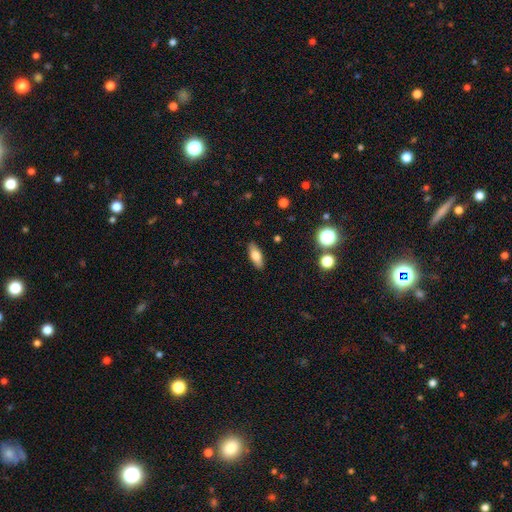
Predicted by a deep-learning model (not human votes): Q: Smooth or featured?
A: smooth (75%); runner-up: featured or disk (17%)
Q: How rounded?
A: in between (73%); runner-up: cigar-shaped (24%)
Q: Merging?
A: none (88%); runner-up: minor disturbance (9%)